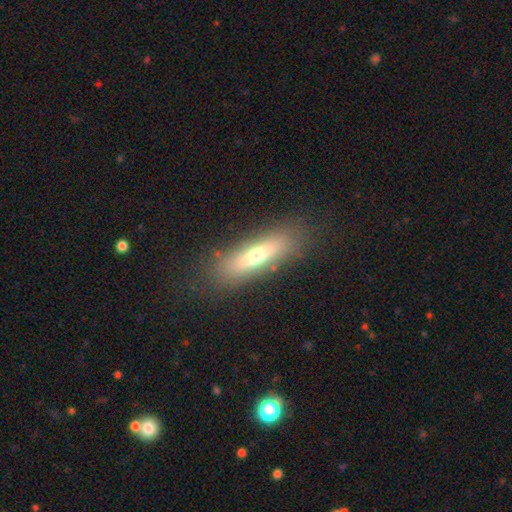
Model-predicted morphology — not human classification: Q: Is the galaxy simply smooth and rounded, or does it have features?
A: smooth — 58%.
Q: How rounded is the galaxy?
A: cigar-shaped — 60%.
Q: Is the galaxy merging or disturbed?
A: none — 83%.